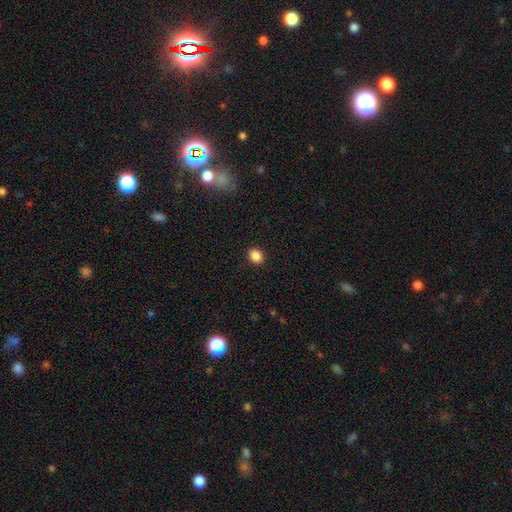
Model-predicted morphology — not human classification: smooth-or-featured: smooth: 87% | star or artifact: 10% | featured or disk: 3%
  how-rounded: in between: 50% | round: 49% | cigar-shaped: 1%
  merging: none: 90% | minor disturbance: 7% | major disturbance: 2% | merger: 1%